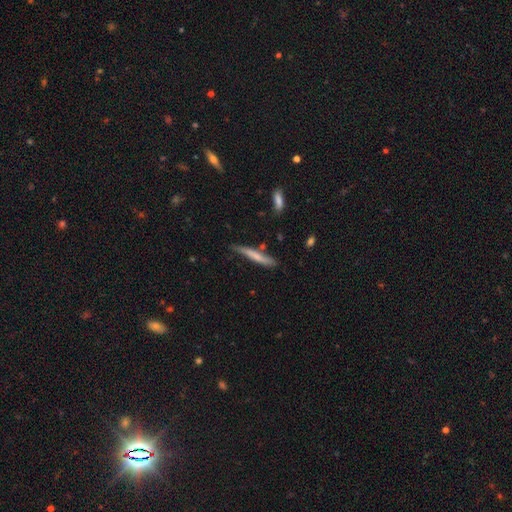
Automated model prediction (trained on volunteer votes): Smooth or featured: smooth — 64% (featured or disk — 31%)
How rounded: cigar-shaped — 93% (in between — 5%)
Merging: none — 66% (minor disturbance — 25%)